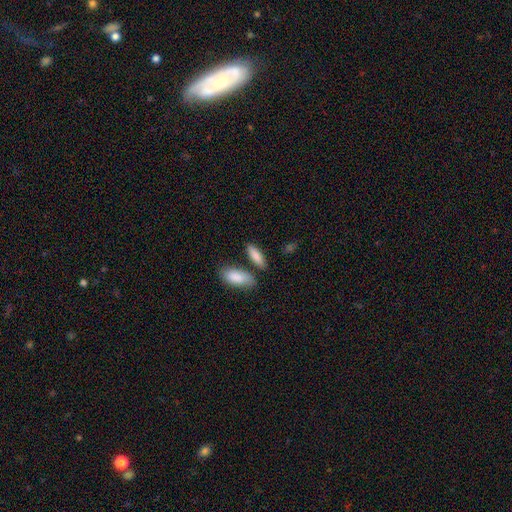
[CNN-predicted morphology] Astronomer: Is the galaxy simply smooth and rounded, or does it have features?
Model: smooth — 86%.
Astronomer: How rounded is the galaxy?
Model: in between — 67%.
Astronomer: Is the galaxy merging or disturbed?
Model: none — 67%.